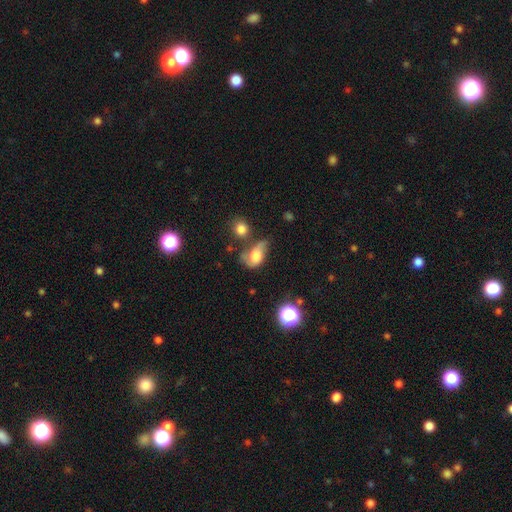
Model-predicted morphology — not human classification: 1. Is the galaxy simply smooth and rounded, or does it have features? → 47% smooth, 41% featured or disk, 12% star or artifact.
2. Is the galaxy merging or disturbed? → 31% major disturbance, 27% minor disturbance, 26% none, 16% merger.